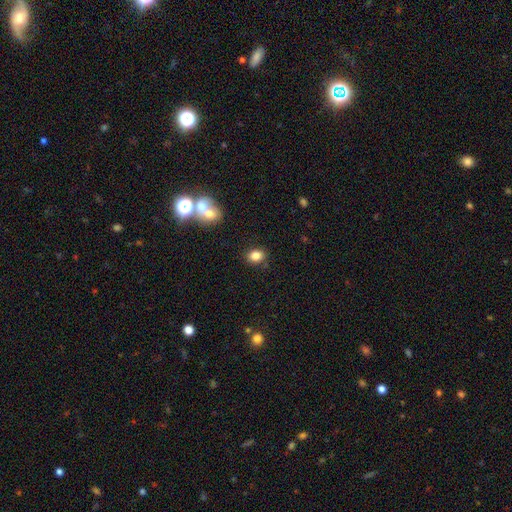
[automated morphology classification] A smooth galaxy with no disk features (83%) that is in between round and cigar-shaped (56%).

Vote fractions:
- Smooth or featured? smooth: 83% / star or artifact: 11% / featured or disk: 6%
- How rounded? in between: 56% / round: 43% / cigar-shaped: 1%
- Merging? none: 84% / minor disturbance: 10% / merger: 4% / major disturbance: 3%